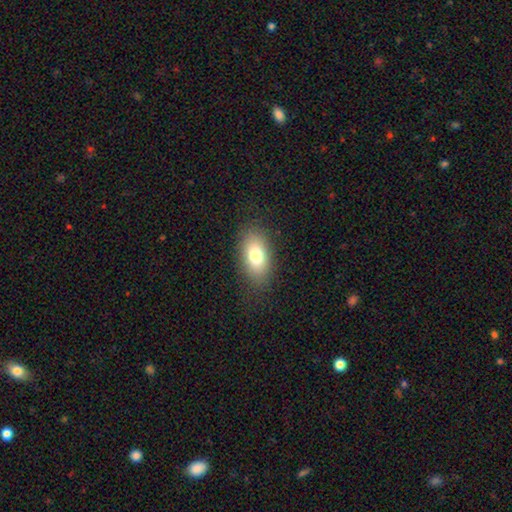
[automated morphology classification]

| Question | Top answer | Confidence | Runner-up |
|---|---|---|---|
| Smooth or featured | smooth | 77% | featured or disk (14%) |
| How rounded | in between | 89% | round (7%) |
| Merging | none | 84% | minor disturbance (11%) |